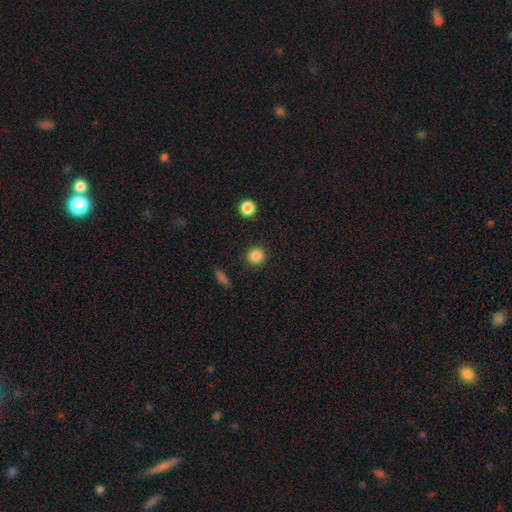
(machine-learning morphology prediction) A smooth galaxy with no disk features (86%) that is round (92%). Merging: none (91%).